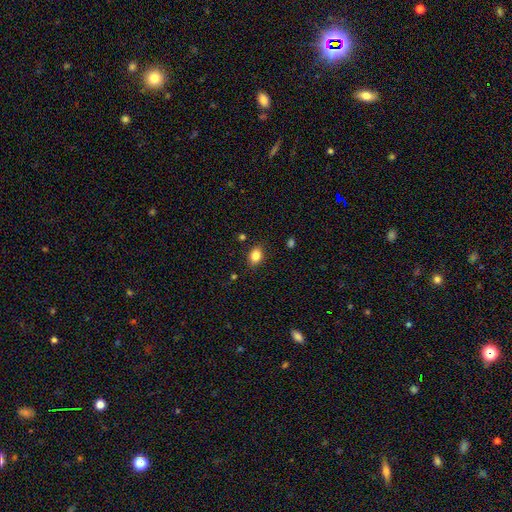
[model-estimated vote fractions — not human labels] Smooth or featured: smooth — 84% (star or artifact — 10%)
How rounded: in between — 73% (round — 26%)
Merging: none — 86% (minor disturbance — 10%)